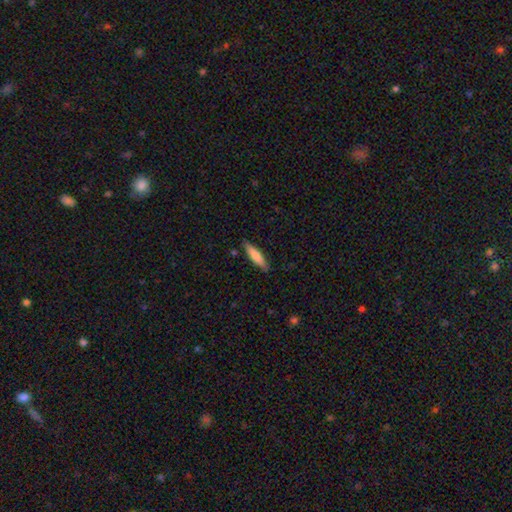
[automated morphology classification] Q: Smooth or featured?
A: smooth (75%); runner-up: featured or disk (20%)
Q: How rounded?
A: cigar-shaped (78%); runner-up: in between (21%)
Q: Merging?
A: none (85%); runner-up: minor disturbance (11%)